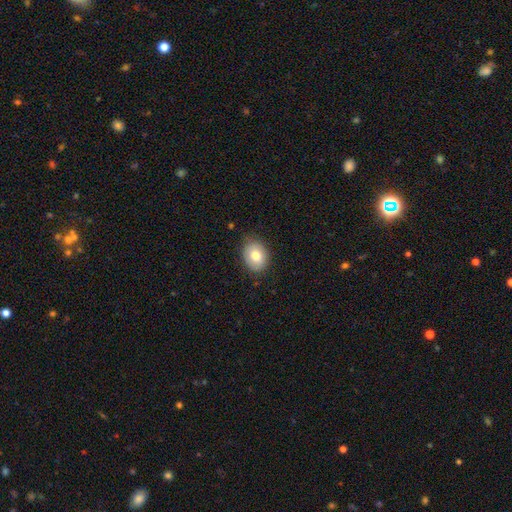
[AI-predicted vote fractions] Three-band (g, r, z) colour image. It shows a smooth galaxy with no disk features (77%) that is in between round and cigar-shaped (56%). Merging: none (83%).